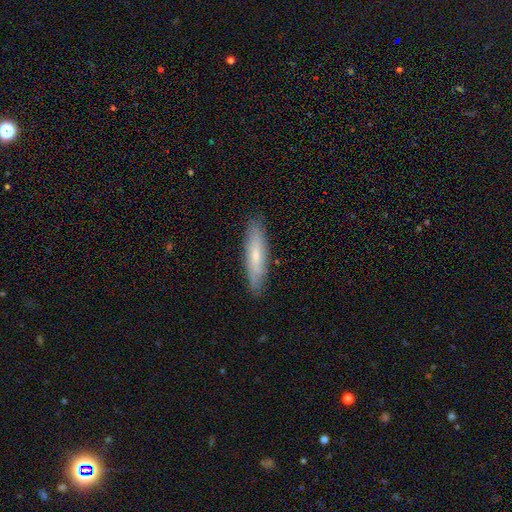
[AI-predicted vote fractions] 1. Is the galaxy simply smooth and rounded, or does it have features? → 59% smooth, 35% featured or disk, 6% star or artifact.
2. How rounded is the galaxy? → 80% cigar-shaped, 19% in between, 1% round.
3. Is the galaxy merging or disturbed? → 87% none, 10% minor disturbance, 2% major disturbance, 1% merger.